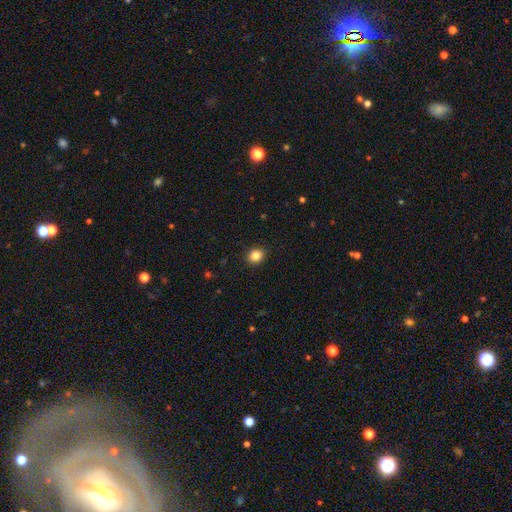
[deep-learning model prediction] Overall: smooth (84%). How rounded: round (71%). Merging: none (90%).